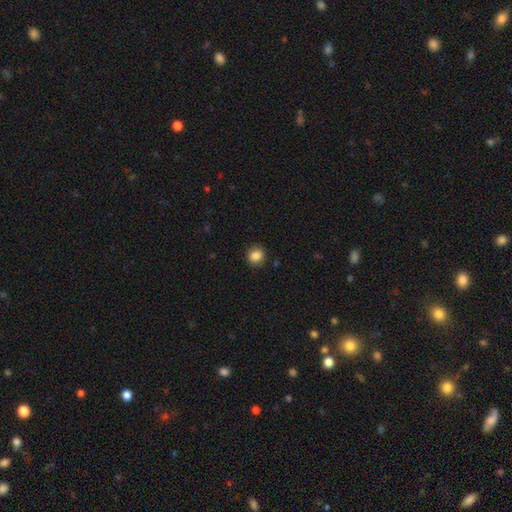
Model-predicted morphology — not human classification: This appears to be a smooth galaxy with no disk features (86%) that is round (85%). Merging: none (87%).